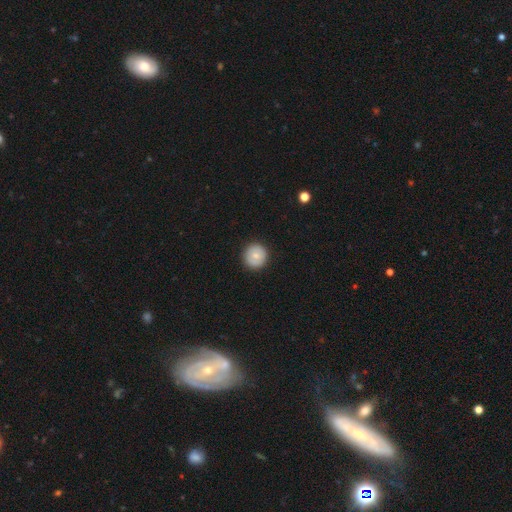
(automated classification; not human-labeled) smooth 77%, featured or disk 16%, star or artifact 7%. Down the decision tree: how rounded — round (94%); merging — none (90%).